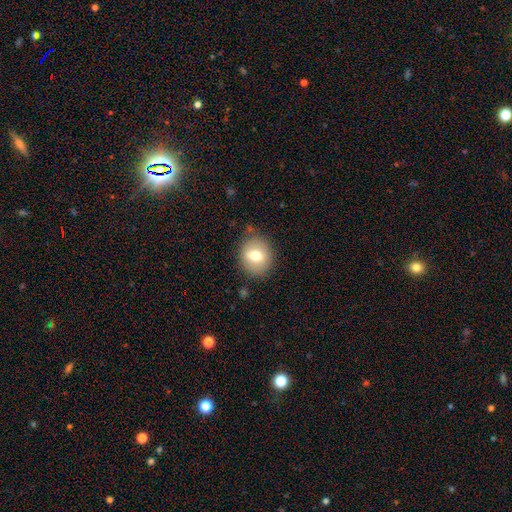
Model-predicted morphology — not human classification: Overall: smooth (67%). How rounded: round (73%). Merging: none (81%).